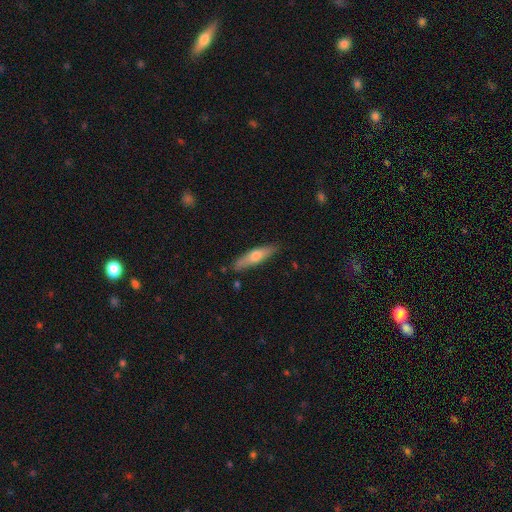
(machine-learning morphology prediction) Q: Smooth or featured?
A: smooth (54%); runner-up: featured or disk (40%)
Q: How rounded?
A: cigar-shaped (79%); runner-up: in between (19%)
Q: Merging?
A: none (84%); runner-up: minor disturbance (12%)